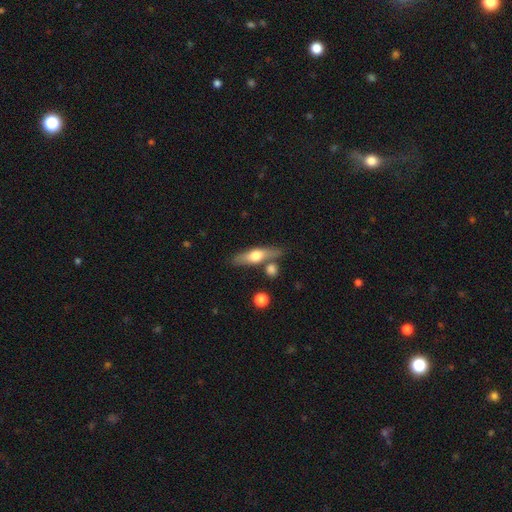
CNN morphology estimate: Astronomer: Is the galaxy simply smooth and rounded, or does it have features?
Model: featured or disk — 48% (runner-up: smooth, 46%).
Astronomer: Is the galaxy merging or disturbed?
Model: none — 72%.